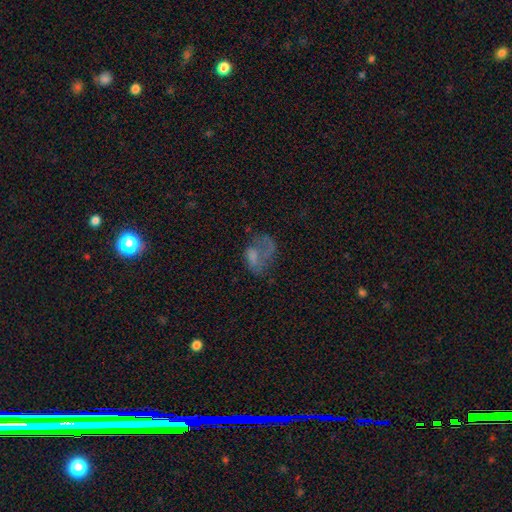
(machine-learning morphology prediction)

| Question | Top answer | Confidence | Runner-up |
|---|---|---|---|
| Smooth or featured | smooth | 46% | featured or disk (40%) |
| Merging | major disturbance | 49% | none (25%) |